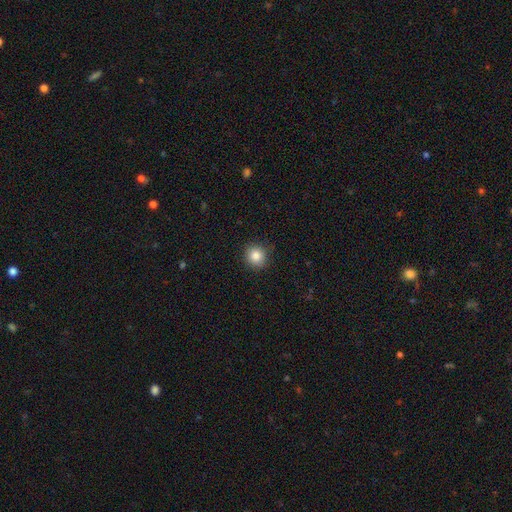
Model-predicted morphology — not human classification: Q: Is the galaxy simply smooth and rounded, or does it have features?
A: smooth — 84%.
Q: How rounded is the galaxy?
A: round — 92%.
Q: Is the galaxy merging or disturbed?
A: none — 90%.